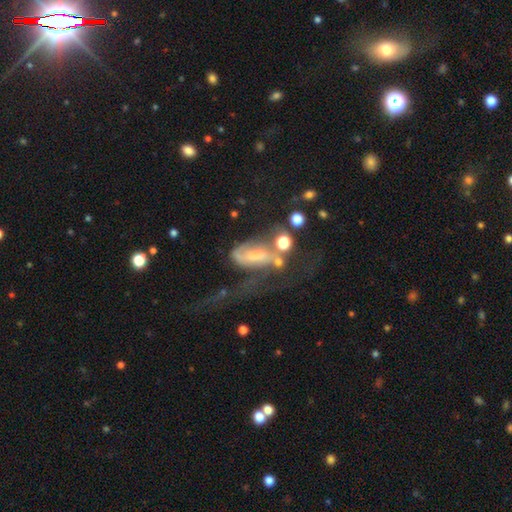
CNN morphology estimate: Smooth or featured: featured or disk — 59% (smooth — 28%)
Edge-on disk: no — 91% (yes — 9%)
Bar: no — 44% (weak — 33%)
Spiral arms: yes — 67% (no — 33%)
Bulge size: small — 35% (moderate — 29%)
Merging: major disturbance — 45% (merger — 24%)